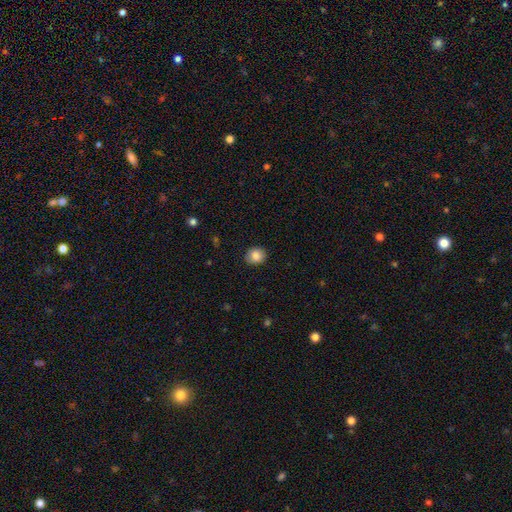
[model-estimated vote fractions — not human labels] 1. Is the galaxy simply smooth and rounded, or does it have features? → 83% smooth, 8% featured or disk, 8% star or artifact.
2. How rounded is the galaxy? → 66% round, 33% in between, 1% cigar-shaped.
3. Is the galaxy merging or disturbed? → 85% none, 11% minor disturbance, 2% major disturbance, 1% merger.